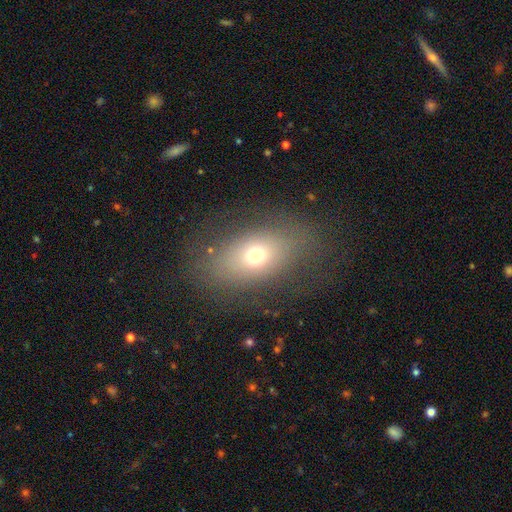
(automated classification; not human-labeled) This appears to be a smooth galaxy with no disk features (66%) that is in between round and cigar-shaped (80%). Merging: none (72%).